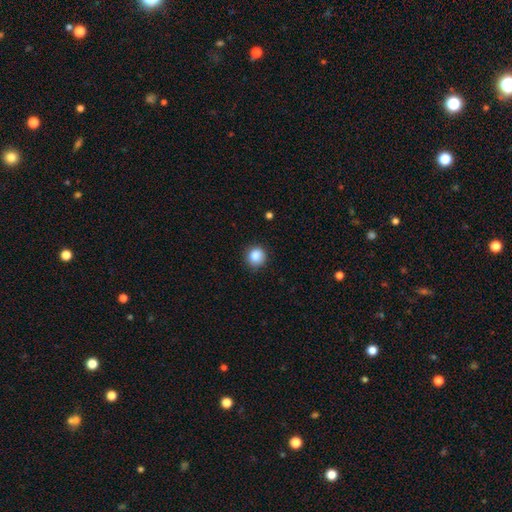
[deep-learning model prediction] Overall: smooth (87%). How rounded: round (89%). Merging: none (86%).